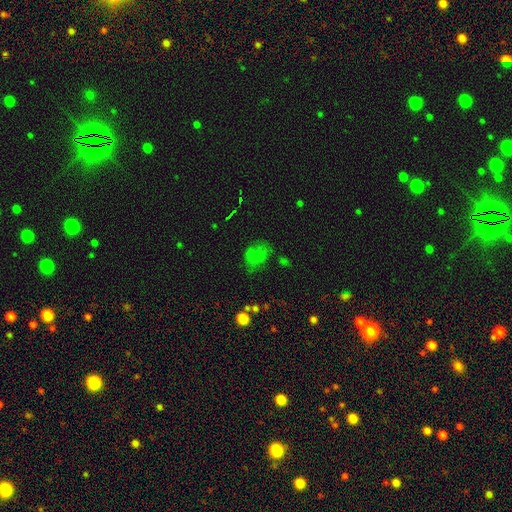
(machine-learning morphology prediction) This is likely a smooth galaxy (61%). How rounded: likely in between (65%). Merging: possibly none (47%).